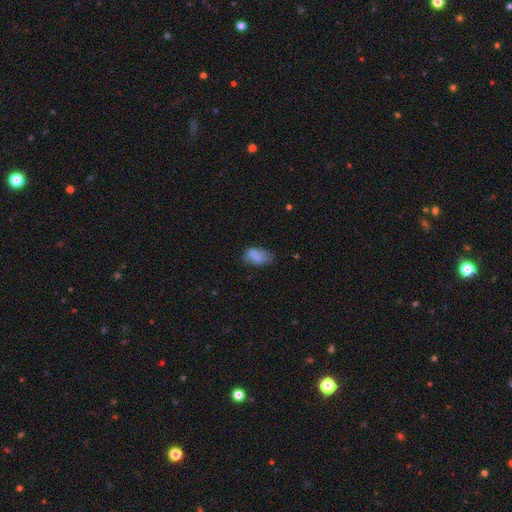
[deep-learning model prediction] smooth-or-featured: smooth: 77% | featured or disk: 14% | star or artifact: 9%
  how-rounded: in between: 91% | round: 7% | cigar-shaped: 3%
  merging: none: 52% | minor disturbance: 32% | major disturbance: 12% | merger: 5%